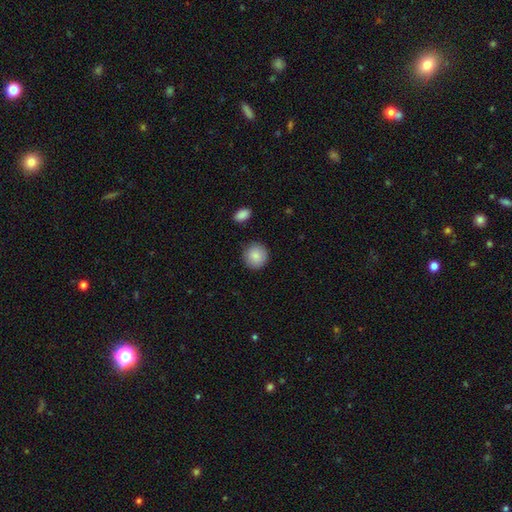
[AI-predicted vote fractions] A smooth galaxy with no disk features (87%) that is round (92%).

Vote fractions:
- Smooth or featured? smooth: 87% / star or artifact: 7% / featured or disk: 6%
- How rounded? round: 92% / in between: 7% / cigar-shaped: 1%
- Merging? none: 88% / minor disturbance: 8% / major disturbance: 2% / merger: 2%